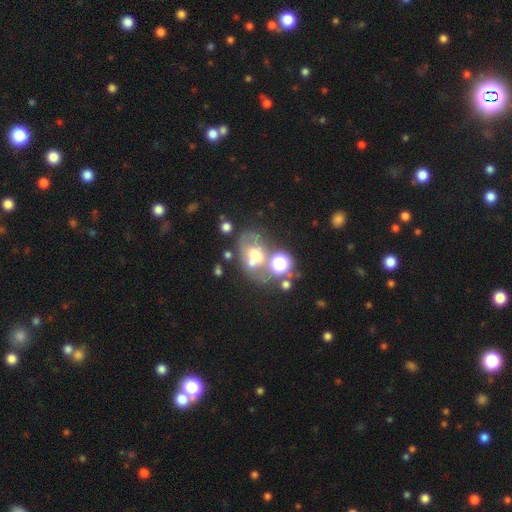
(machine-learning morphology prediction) A smooth galaxy with no disk features (42%). Merging: none (34%).